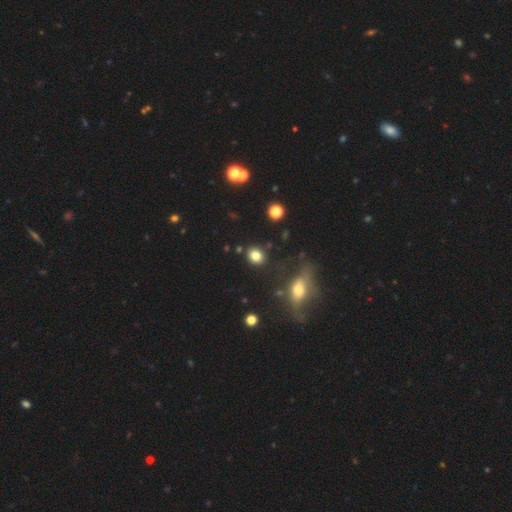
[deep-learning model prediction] Overall: smooth (81%). How rounded: round (65%; in between 34%). Merging: none (84%).